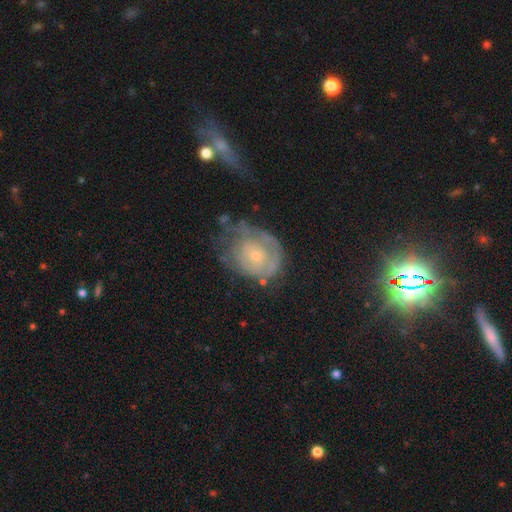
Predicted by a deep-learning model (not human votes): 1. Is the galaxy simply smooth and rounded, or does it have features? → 64% featured or disk, 27% smooth, 9% star or artifact.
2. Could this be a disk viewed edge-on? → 96% no, 4% yes.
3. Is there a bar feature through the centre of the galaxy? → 83% no, 15% weak, 3% strong.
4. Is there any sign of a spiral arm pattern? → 65% yes, 35% no.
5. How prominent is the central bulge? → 73% small, 23% moderate, 2% none, 2% large, 1% dominant.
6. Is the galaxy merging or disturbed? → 41% none, 28% minor disturbance, 26% major disturbance, 5% merger.